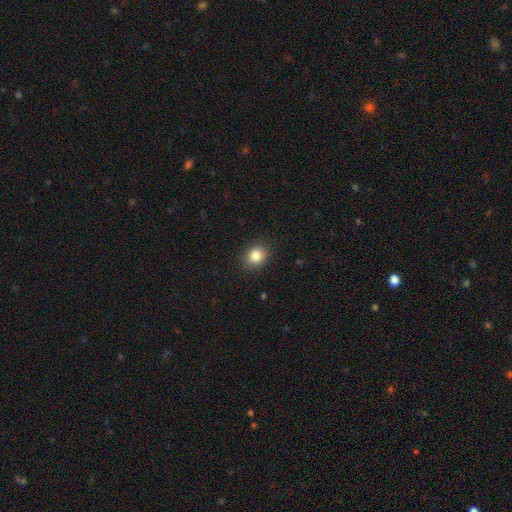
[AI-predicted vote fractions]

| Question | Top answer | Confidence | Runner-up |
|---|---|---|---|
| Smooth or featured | smooth | 84% | star or artifact (11%) |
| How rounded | round | 67% | in between (32%) |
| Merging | none | 89% | minor disturbance (8%) |